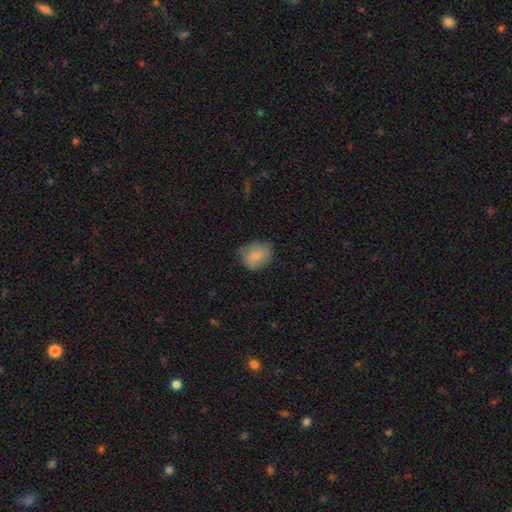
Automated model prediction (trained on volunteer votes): Smooth or featured? smooth (80%)
How rounded? in between (54%)
Merging? none (62%)